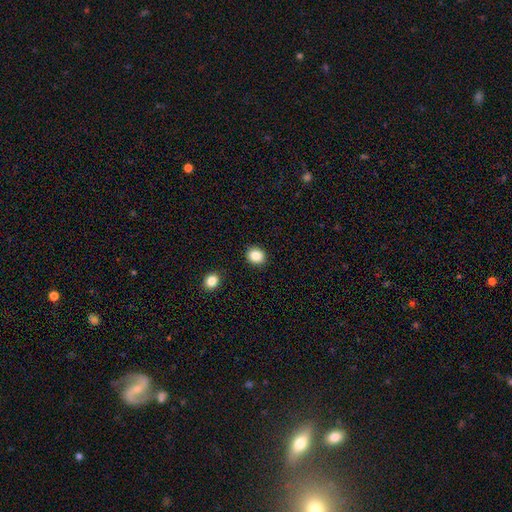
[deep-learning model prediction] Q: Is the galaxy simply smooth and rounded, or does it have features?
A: smooth — 86%.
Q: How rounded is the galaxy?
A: round — 76%.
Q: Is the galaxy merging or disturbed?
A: none — 90%.